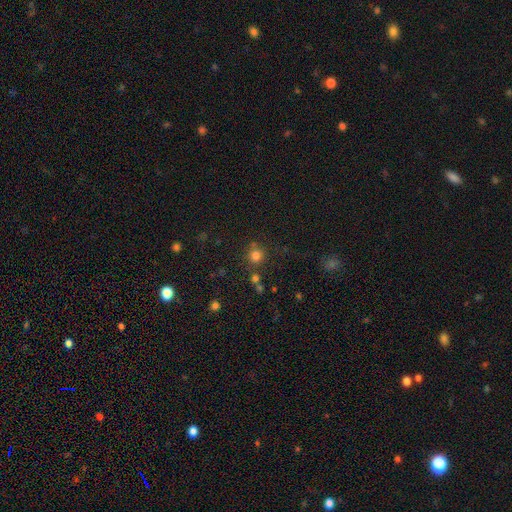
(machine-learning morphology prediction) Smooth or featured? smooth (78%)
How rounded? round (91%)
Merging? none (75%)